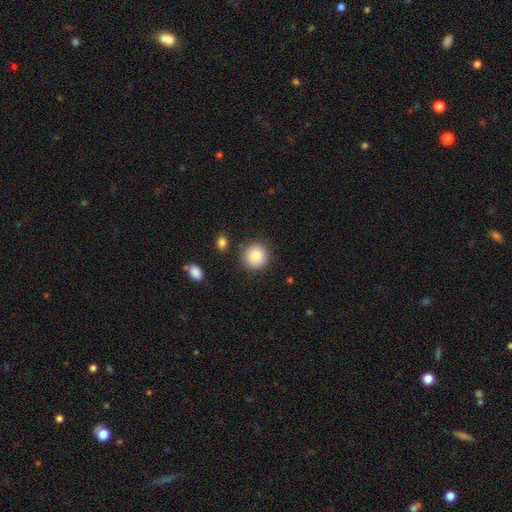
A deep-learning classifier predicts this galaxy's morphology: This is clearly a smooth galaxy (83%). How rounded: clearly round (93%). Merging: clearly none (87%).